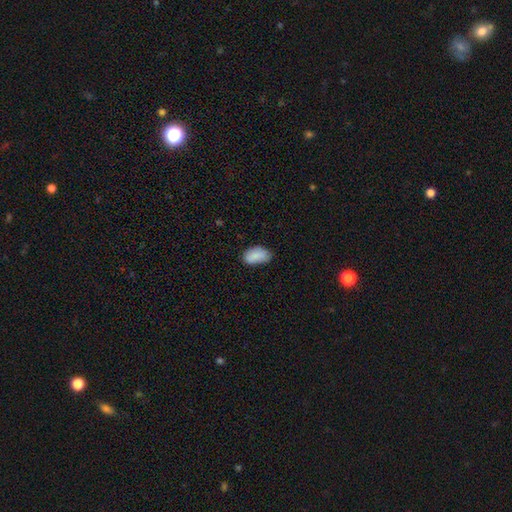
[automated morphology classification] Smooth or featured? smooth (87%)
How rounded? in between (94%)
Merging? none (65%)